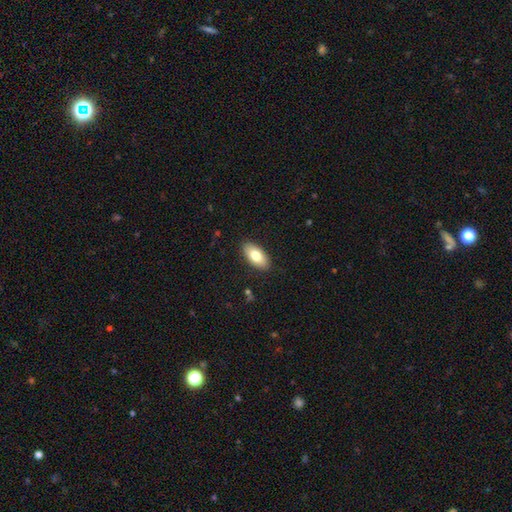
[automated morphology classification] This is likely a smooth galaxy (78%). How rounded: clearly in between (92%). Merging: clearly none (89%).